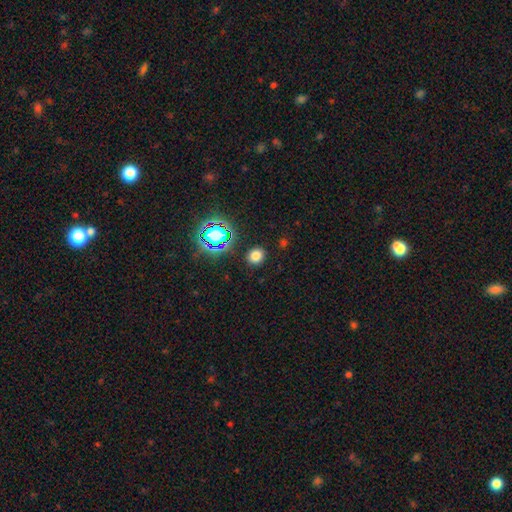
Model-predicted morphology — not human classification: smooth-or-featured: smooth: 75% | star or artifact: 19% | featured or disk: 6%
  how-rounded: round: 77% | in between: 22% | cigar-shaped: 1%
  merging: none: 88% | minor disturbance: 7% | major disturbance: 3% | merger: 2%